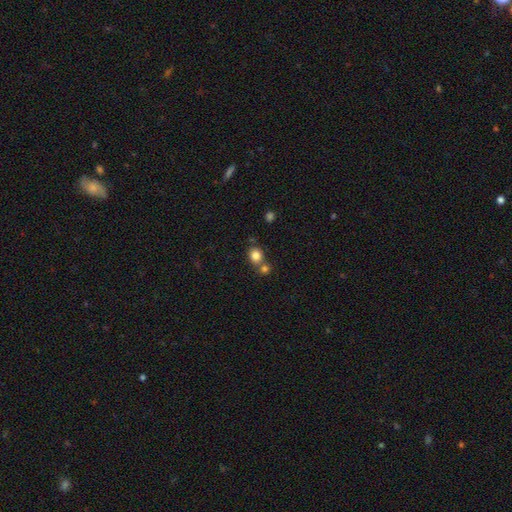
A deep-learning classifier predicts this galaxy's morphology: Smooth or featured: smooth — 82% (star or artifact — 12%)
How rounded: round — 77% (in between — 22%)
Merging: none — 56% (merger — 33%)